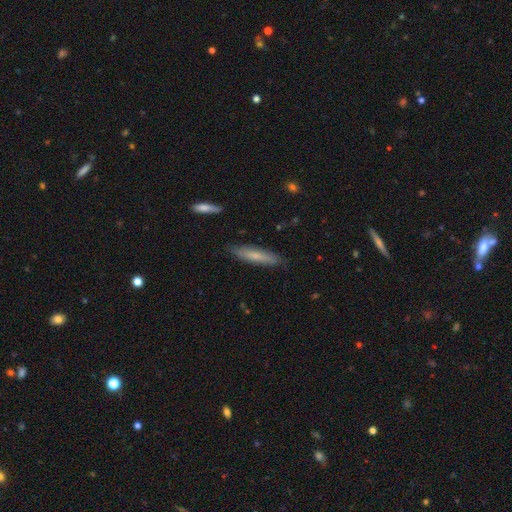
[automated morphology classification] Smooth or featured: smooth — 66% (featured or disk — 28%)
How rounded: cigar-shaped — 84% (in between — 15%)
Merging: none — 85% (minor disturbance — 12%)